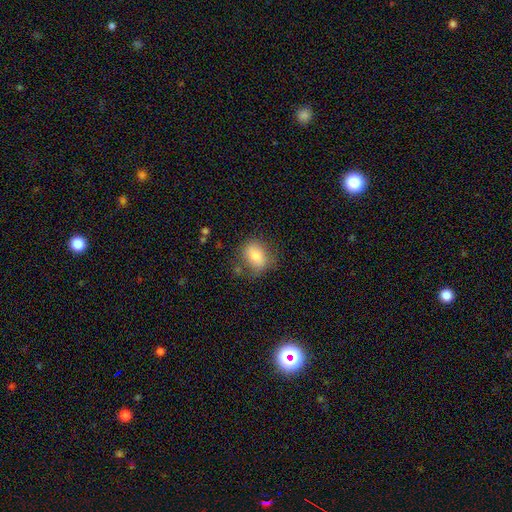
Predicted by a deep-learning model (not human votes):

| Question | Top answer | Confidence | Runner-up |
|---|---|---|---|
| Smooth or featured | smooth | 78% | featured or disk (14%) |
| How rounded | in between | 64% | round (34%) |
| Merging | none | 70% | minor disturbance (20%) |